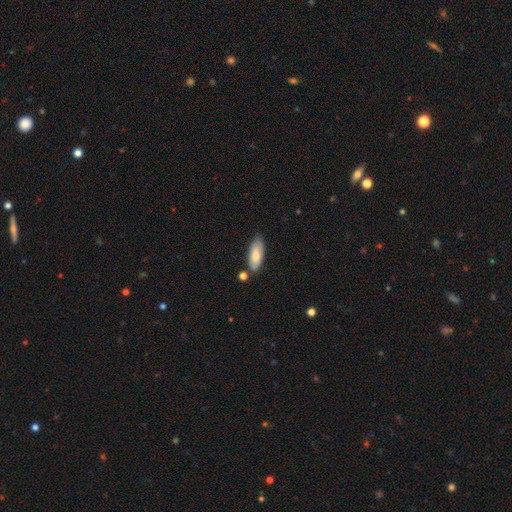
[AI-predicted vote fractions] A smooth galaxy with no disk features (78%) that is in between round and cigar-shaped (73%).

Vote fractions:
- Smooth or featured? smooth: 78% / featured or disk: 16% / star or artifact: 6%
- How rounded? in between: 73% / cigar-shaped: 25% / round: 2%
- Merging? none: 69% / minor disturbance: 20% / merger: 7% / major disturbance: 4%